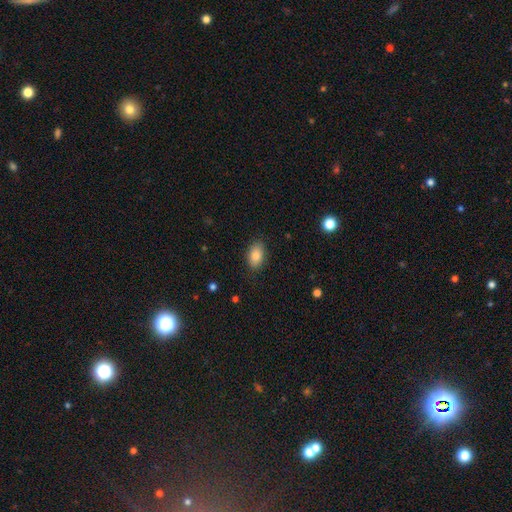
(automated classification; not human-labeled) Smooth or featured? Predicted: smooth (p=0.83). How rounded? Predicted: in between (p=0.90). Merging? Predicted: none (p=0.86).